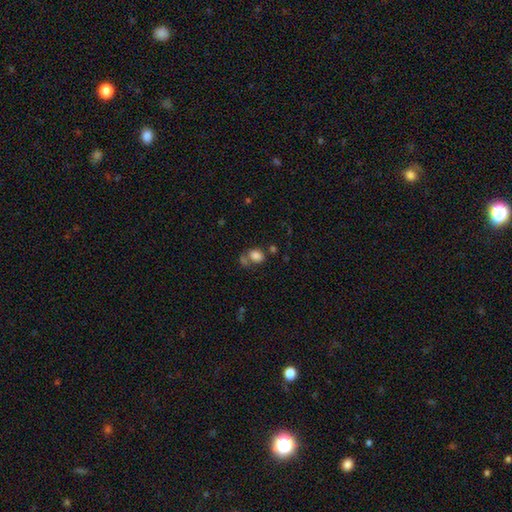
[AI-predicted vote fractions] A smooth galaxy with no disk features (82%) that is in between round and cigar-shaped (63%). Merging: none (51%).